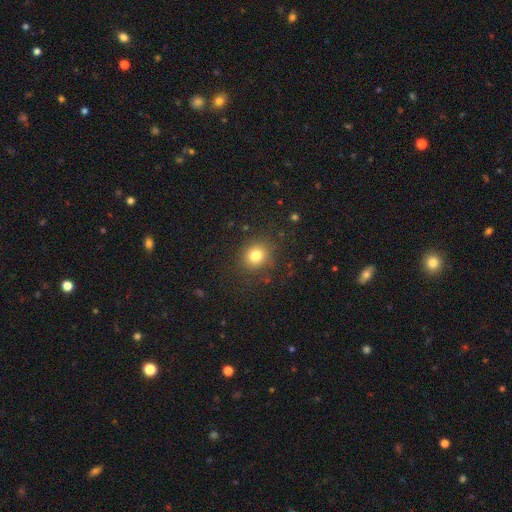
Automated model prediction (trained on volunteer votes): Morphology: type=smooth (79%); roundness=round (84%); merging=none (86%).